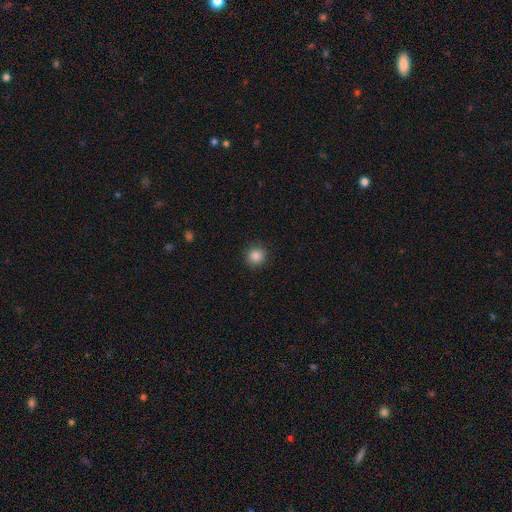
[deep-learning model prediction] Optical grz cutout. It shows a smooth galaxy with no disk features (86%) that is round (91%). Merging: none (89%).